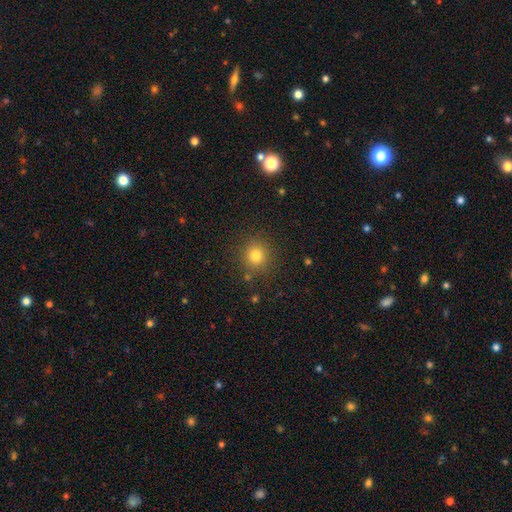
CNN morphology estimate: smooth-or-featured: smooth: 79% | star or artifact: 14% | featured or disk: 7%
  how-rounded: round: 91% | in between: 8% | cigar-shaped: 1%
  merging: none: 87% | minor disturbance: 8% | major disturbance: 3% | merger: 3%